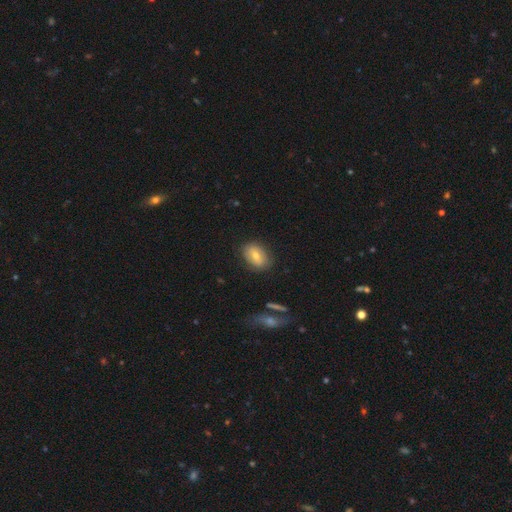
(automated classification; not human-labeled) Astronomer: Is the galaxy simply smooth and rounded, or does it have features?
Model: smooth — 67%.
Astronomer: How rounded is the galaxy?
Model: in between — 79%.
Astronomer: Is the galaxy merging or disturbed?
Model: none — 81%.